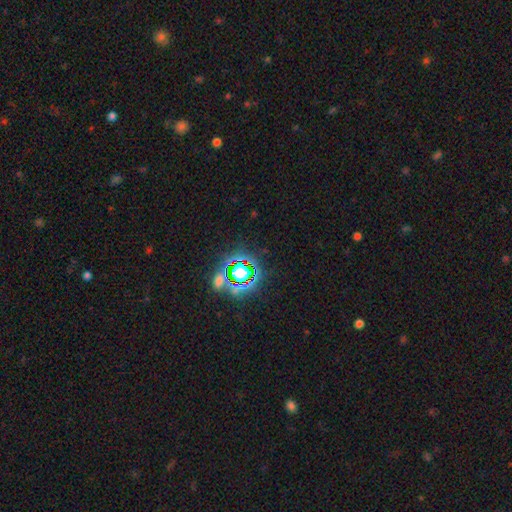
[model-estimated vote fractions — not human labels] Smooth or featured? star or artifact (82%)